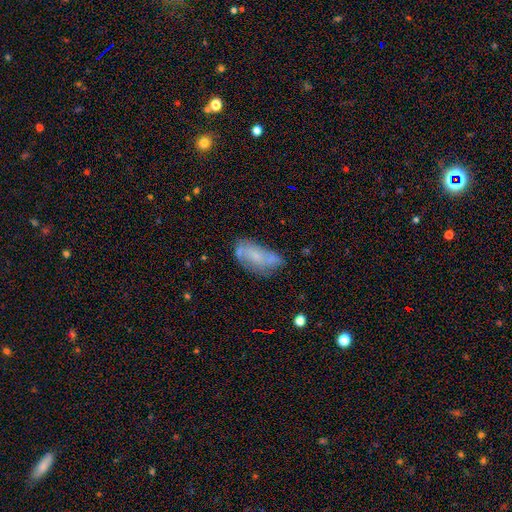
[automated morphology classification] This is possibly a smooth galaxy (52%). How rounded: clearly in between (87%). Merging: possibly none (45%).